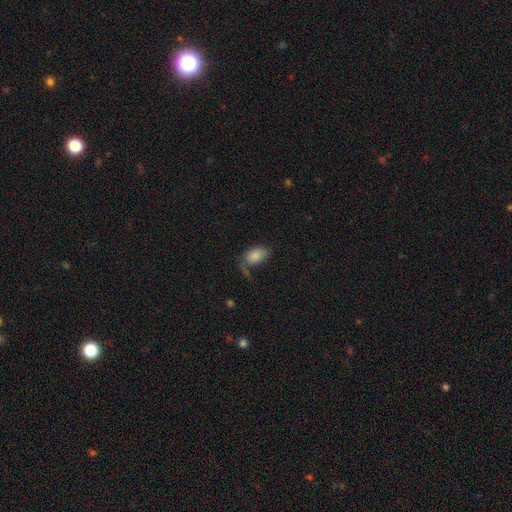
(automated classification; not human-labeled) A smooth galaxy with no disk features (77%) that is in between round and cigar-shaped (91%). Merging: none (45%).